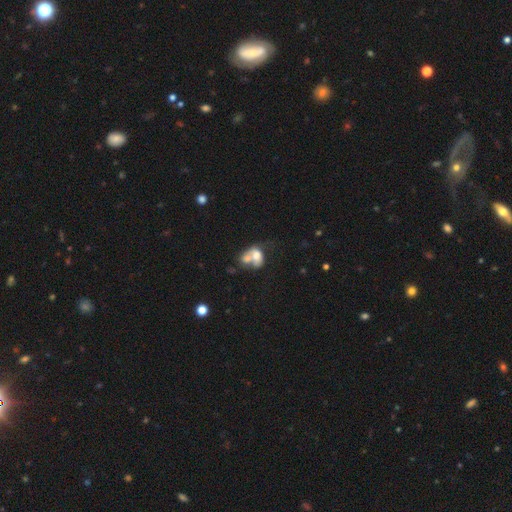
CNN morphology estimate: smooth-or-featured: smooth: 59% | featured or disk: 31% | star or artifact: 10%
  how-rounded: in between: 70% | round: 28% | cigar-shaped: 2%
  merging: merger: 69% | none: 13% | major disturbance: 11% | minor disturbance: 8%